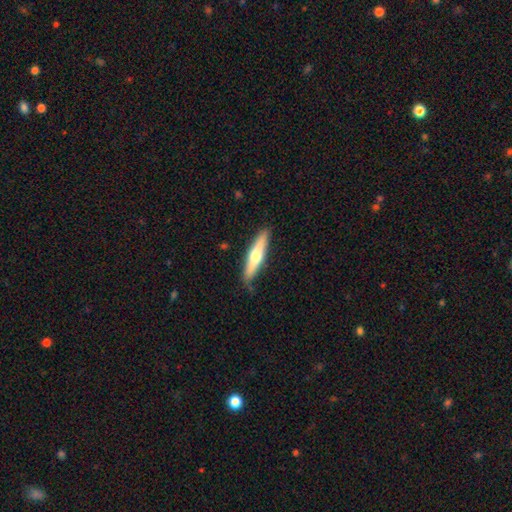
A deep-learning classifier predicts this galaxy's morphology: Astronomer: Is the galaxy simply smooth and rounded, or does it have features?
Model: smooth — 48% (runner-up: featured or disk, 47%).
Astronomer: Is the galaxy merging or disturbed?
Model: none — 83%.